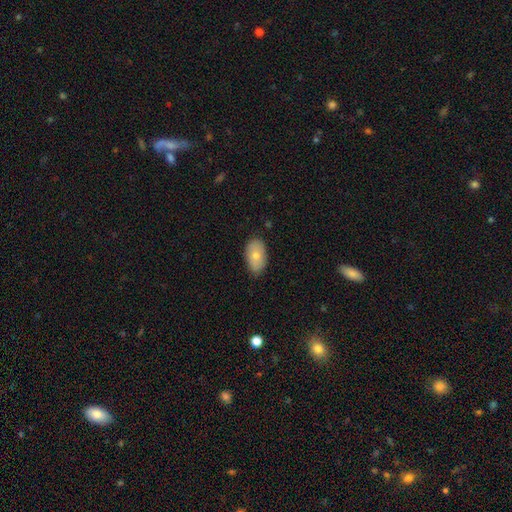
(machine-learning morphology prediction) This appears to be a smooth galaxy with no disk features (75%) that is in between round and cigar-shaped (91%). Merging: none (77%).